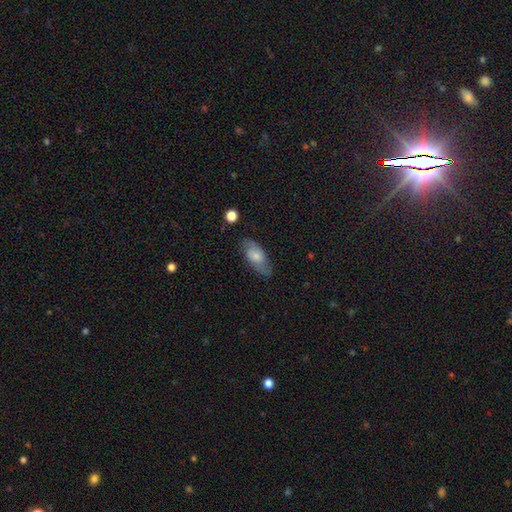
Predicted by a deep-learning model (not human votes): smooth 61%, featured or disk 32%, star or artifact 7%. Down the decision tree: how rounded — in between (84%); merging — none (73%).